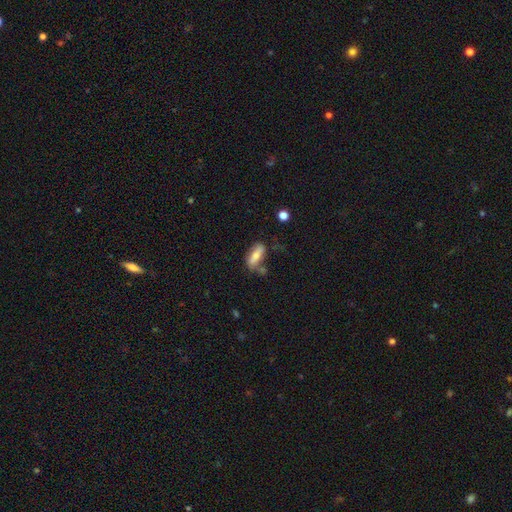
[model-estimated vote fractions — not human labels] smooth_or_featured: smooth (p=0.62) [alt: featured or disk p=0.30]
how_rounded: in between (p=0.68) [alt: cigar-shaped p=0.29]
merging: none (p=0.55) [alt: minor disturbance p=0.23]